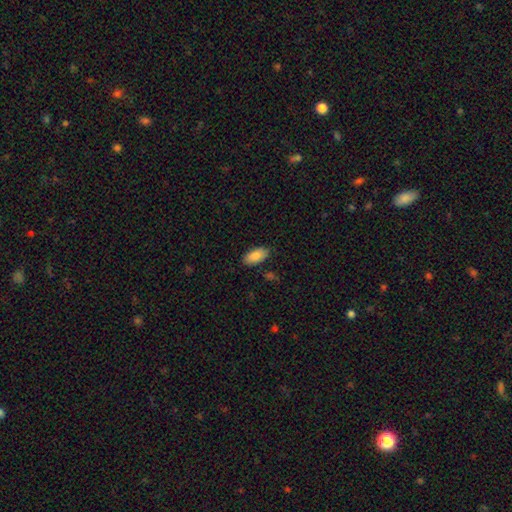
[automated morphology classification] Overall: smooth (86%). How rounded: in between (92%). Merging: none (85%).